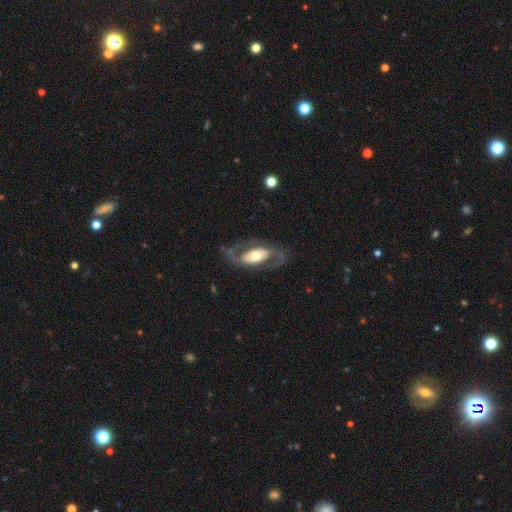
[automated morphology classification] Smooth or featured: featured or disk — 83% (smooth — 13%)
Edge-on disk: no — 94% (yes — 6%)
Bar: no — 47% (weak — 28%)
Spiral arms: yes — 88% (no — 12%)
Spiral winding: medium — 48% (loose — 37%)
Spiral arm count: 2 — 91% (can't tell — 3%)
Bulge size: moderate — 59% (large — 24%)
Merging: none — 74% (minor disturbance — 13%)